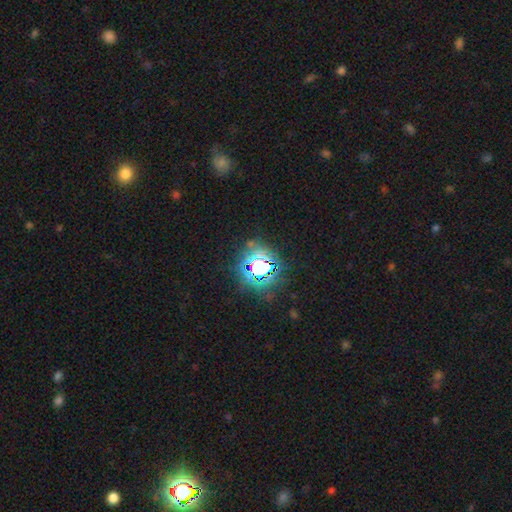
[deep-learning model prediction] Smooth or featured? star or artifact (77%)